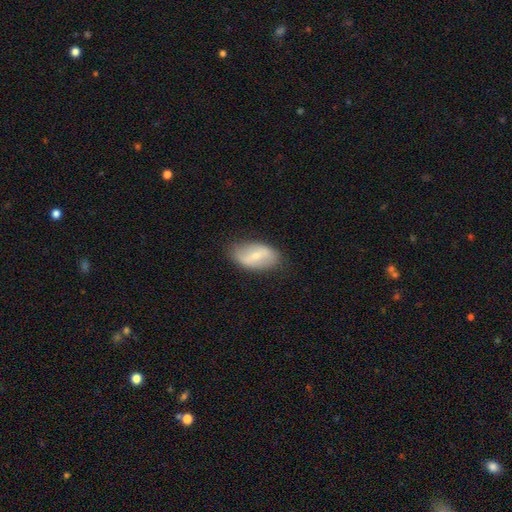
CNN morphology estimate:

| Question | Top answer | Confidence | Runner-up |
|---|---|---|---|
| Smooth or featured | featured or disk | 47% | tied: smooth (47%) |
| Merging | none | 79% | minor disturbance (16%) |